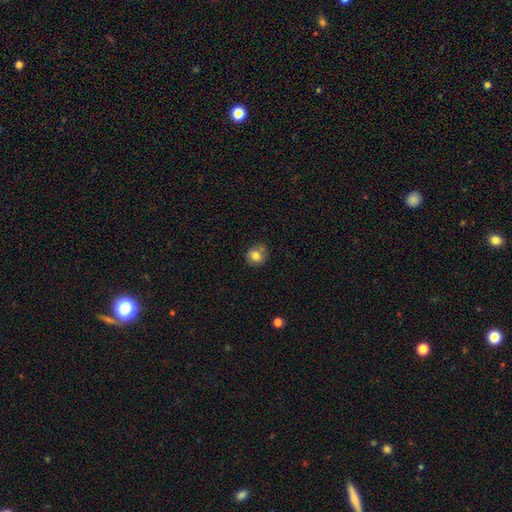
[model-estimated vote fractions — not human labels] This appears to be a smooth galaxy with no disk features (78%) that is round (82%). Merging: none (65%).